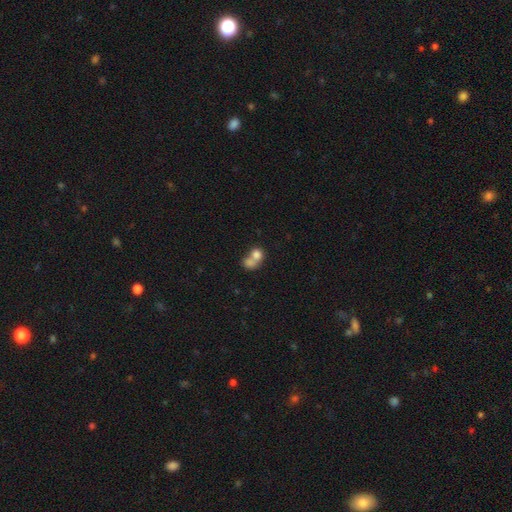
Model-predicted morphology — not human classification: A smooth galaxy with no disk features (75%) that is round (61%).

Vote fractions:
- Smooth or featured? smooth: 75% / featured or disk: 15% / star or artifact: 10%
- How rounded? round: 61% / in between: 38% / cigar-shaped: 1%
- Merging? merger: 68% / none: 21% / minor disturbance: 6% / major disturbance: 5%